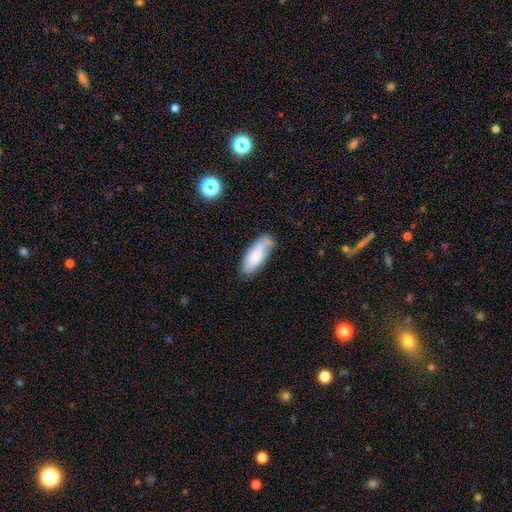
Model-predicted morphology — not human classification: This appears to be a smooth galaxy with no disk features (75%) that is in between round and cigar-shaped (79%). Merging: none (64%).